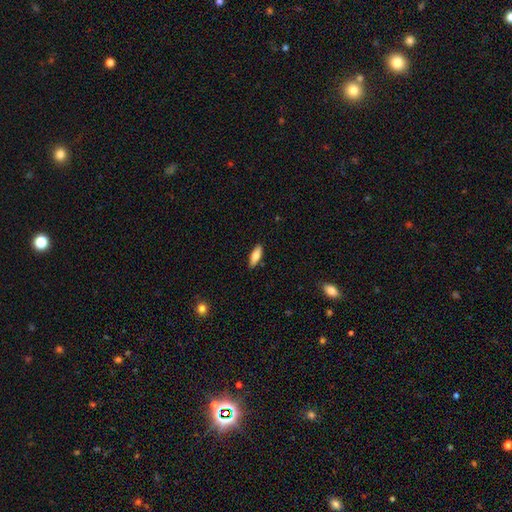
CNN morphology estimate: Smooth or featured? Predicted: smooth (p=0.80). How rounded? Predicted: in between (p=0.65). Merging? Predicted: none (p=0.88).